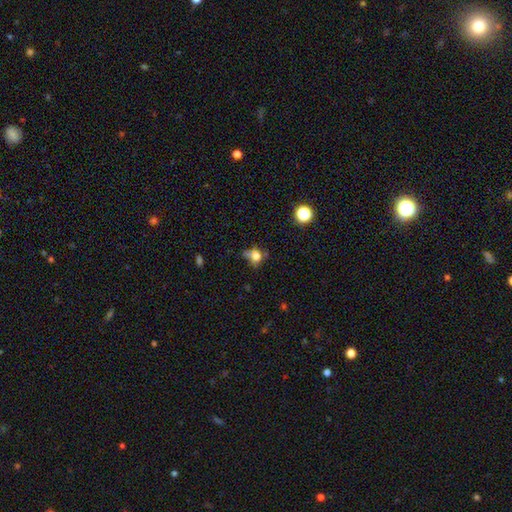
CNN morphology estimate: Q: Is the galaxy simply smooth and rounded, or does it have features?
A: smooth — 72%.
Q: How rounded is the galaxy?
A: round — 62%.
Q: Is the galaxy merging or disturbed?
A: none — 42%.